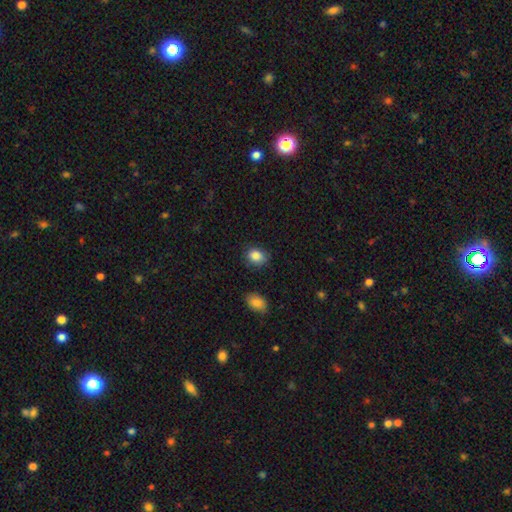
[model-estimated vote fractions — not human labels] smooth 87%, star or artifact 9%, featured or disk 5%. Down the decision tree: how rounded — in between (57%); merging — none (79%).